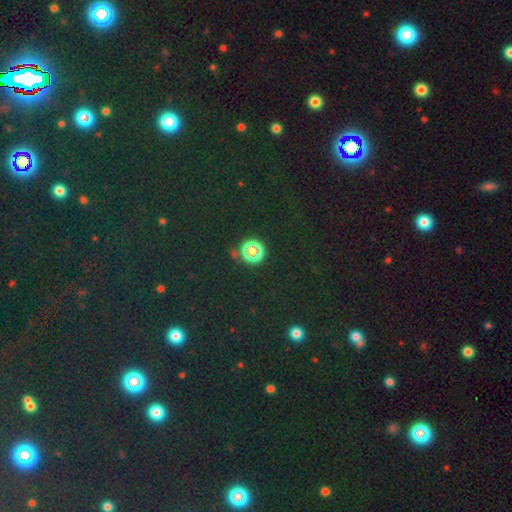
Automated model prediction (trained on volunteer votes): Q: Smooth or featured?
A: star or artifact (62%); runner-up: smooth (29%)